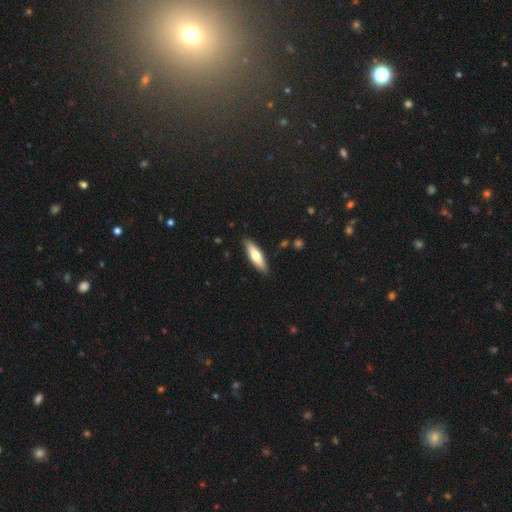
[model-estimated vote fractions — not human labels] The model was most divided on "how rounded": cigar-shaped: 59%, in between: 39%, round: 2%. More confident: merging — none (89%); smooth or featured — smooth (65%).